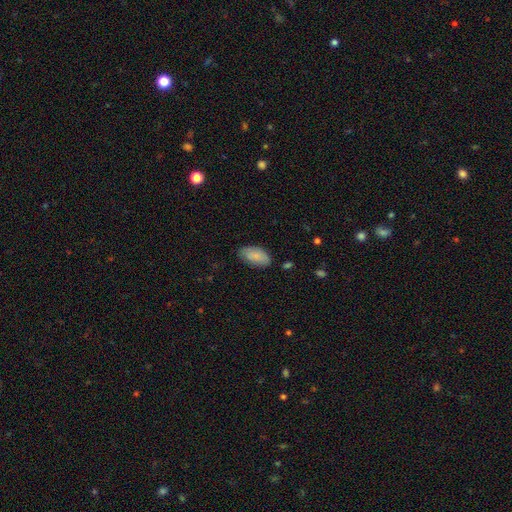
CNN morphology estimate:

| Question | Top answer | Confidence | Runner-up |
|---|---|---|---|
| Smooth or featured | smooth | 84% | featured or disk (10%) |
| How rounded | in between | 94% | cigar-shaped (4%) |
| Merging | none | 75% | minor disturbance (20%) |